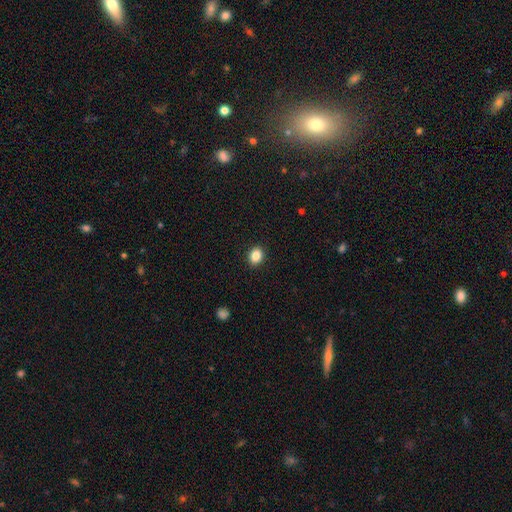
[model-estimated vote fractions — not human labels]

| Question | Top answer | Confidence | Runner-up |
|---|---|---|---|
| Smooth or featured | smooth | 86% | star or artifact (10%) |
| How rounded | in between | 54% | round (45%) |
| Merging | none | 91% | minor disturbance (6%) |